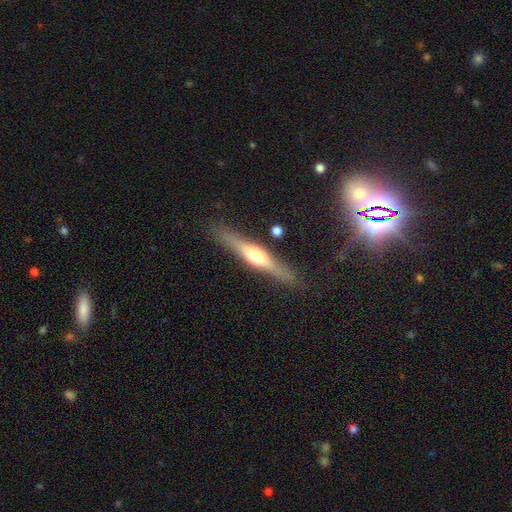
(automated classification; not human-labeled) A featured or disk galaxy (68%) viewed edge-on (96%) with a rounded central bulge (87%).

Vote fractions:
- Smooth or featured? featured or disk: 68% / smooth: 26% / star or artifact: 6%
- Edge-on disk? yes: 96% / no: 4%
- Edge-on bulge? rounded: 87% / boxy: 9% / none: 4%
- Merging? none: 87% / minor disturbance: 9% / major disturbance: 2% / merger: 2%